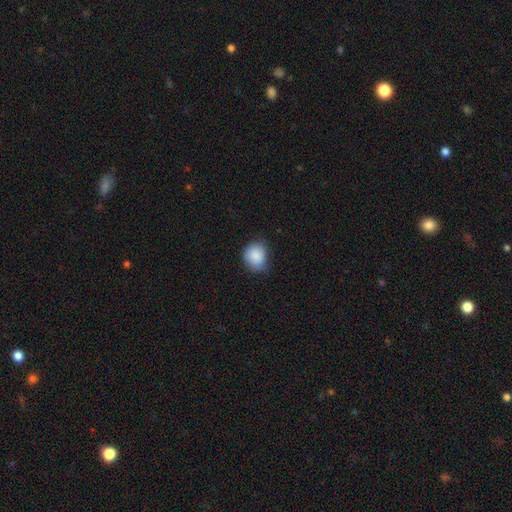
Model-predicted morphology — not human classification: The model was most divided on "merging": none: 66%, minor disturbance: 28%, major disturbance: 5%, merger: 1%. More confident: smooth or featured — smooth (88%); how rounded — round (70%).